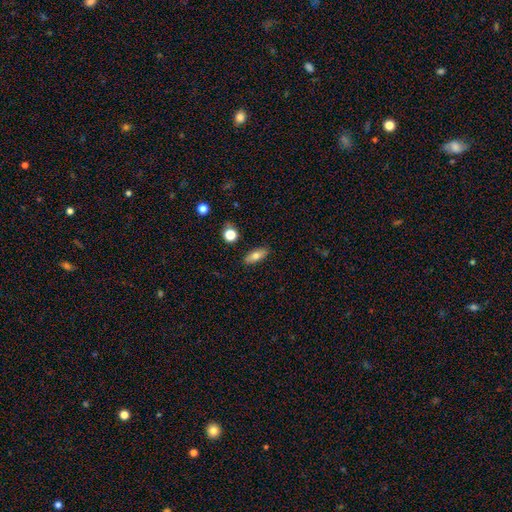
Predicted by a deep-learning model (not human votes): Smooth or featured? smooth (71%)
How rounded? in between (71%)
Merging? none (88%)